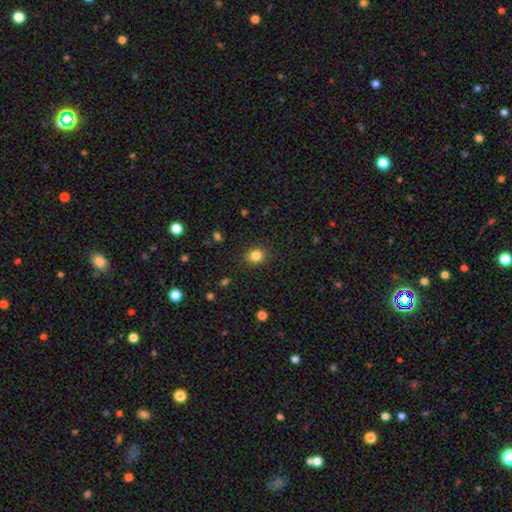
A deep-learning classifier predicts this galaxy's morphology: smooth 83%, star or artifact 12%, featured or disk 5%. Down the decision tree: how rounded — round (72%); merging — none (88%).